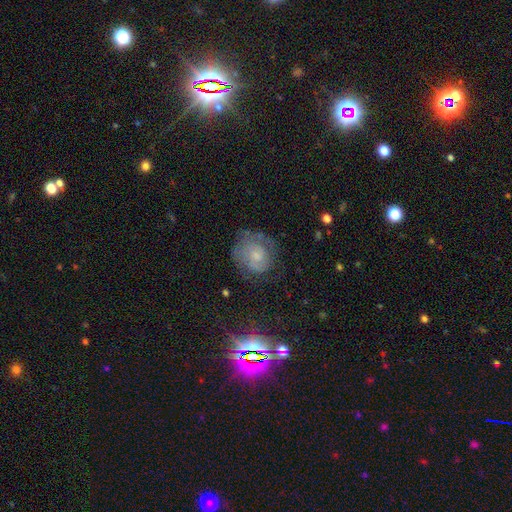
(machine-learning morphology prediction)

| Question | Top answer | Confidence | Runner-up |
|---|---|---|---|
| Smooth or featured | featured or disk | 53% | smooth (33%) |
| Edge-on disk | no | 97% | yes (3%) |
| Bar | no | 76% | weak (21%) |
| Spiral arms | yes | 74% | no (26%) |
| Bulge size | small | 46% | moderate (34%) |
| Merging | none | 62% | minor disturbance (22%) |